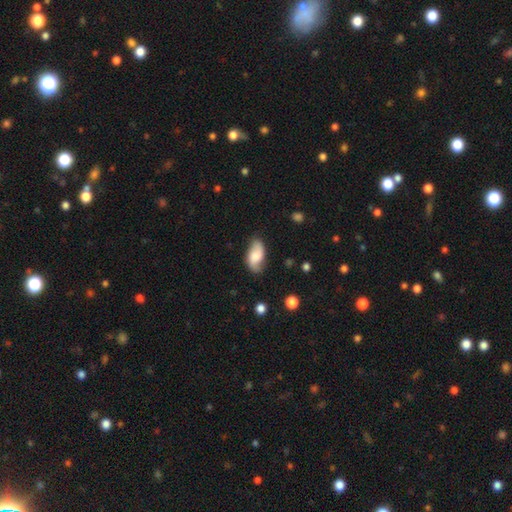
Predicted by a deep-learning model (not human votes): Smooth or featured?
  - smooth: 48% *
  - featured or disk: 44%
  - star or artifact: 8%
Merging?
  - none: 71% *
  - minor disturbance: 22%
  - major disturbance: 6%
  - merger: 2%